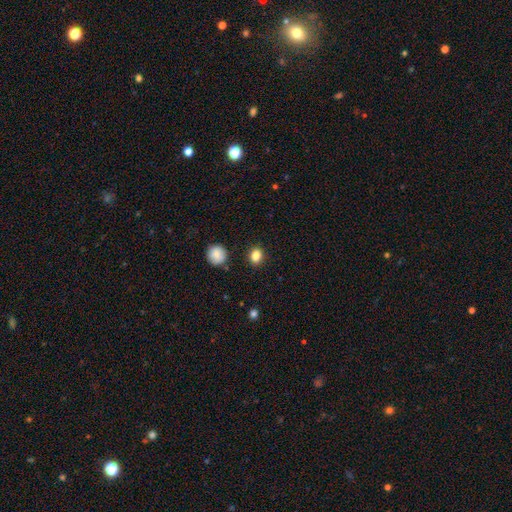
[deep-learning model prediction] Smooth or featured? Predicted: smooth (p=0.85). How rounded? Predicted: round (p=0.54). Merging? Predicted: none (p=0.88).